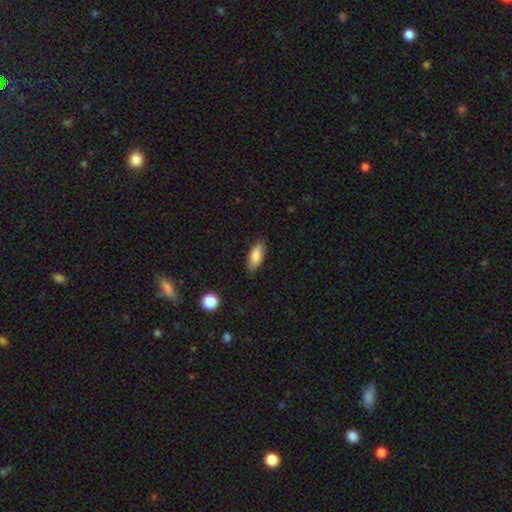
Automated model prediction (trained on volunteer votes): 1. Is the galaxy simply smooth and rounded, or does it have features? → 84% smooth, 9% featured or disk, 7% star or artifact.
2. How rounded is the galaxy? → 80% in between, 18% cigar-shaped, 2% round.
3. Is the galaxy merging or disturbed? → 84% none, 12% minor disturbance, 2% major disturbance, 1% merger.